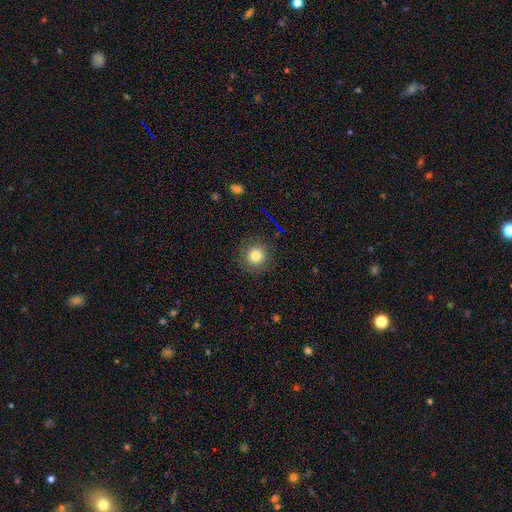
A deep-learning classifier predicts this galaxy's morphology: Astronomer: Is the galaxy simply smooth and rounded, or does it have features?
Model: smooth — 79%.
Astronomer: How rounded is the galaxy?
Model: round — 93%.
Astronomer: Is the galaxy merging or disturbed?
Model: none — 88%.